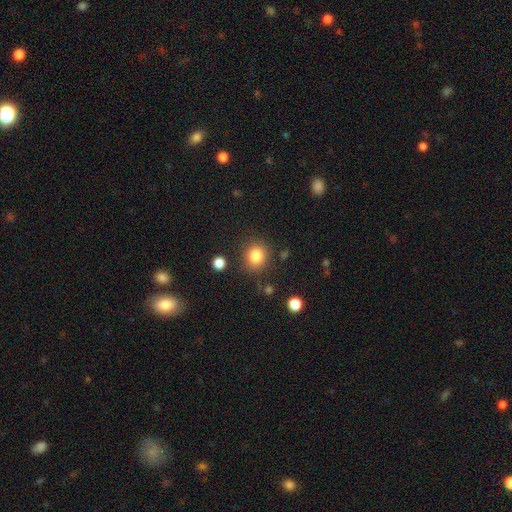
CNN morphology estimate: Smooth or featured? smooth (84%)
How rounded? round (81%)
Merging? none (84%)